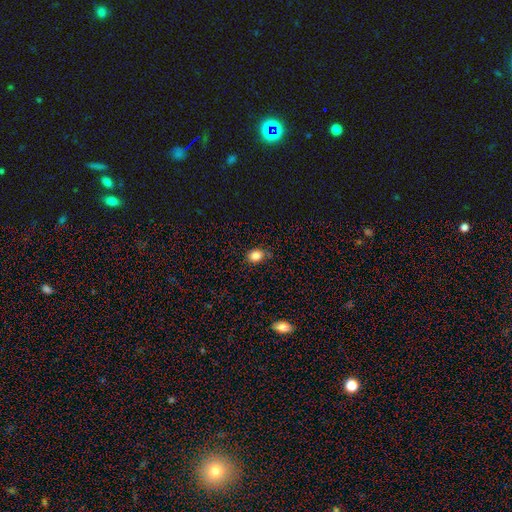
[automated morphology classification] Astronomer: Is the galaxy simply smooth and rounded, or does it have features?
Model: smooth — 85%.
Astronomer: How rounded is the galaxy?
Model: round — 50% (runner-up: in between, 49%).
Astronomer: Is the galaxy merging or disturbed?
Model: none — 73%.